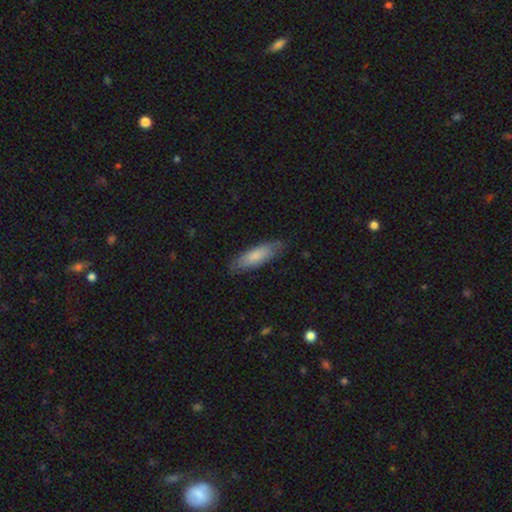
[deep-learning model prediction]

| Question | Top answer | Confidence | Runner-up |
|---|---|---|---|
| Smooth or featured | smooth | 74% | featured or disk (20%) |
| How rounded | in between | 51% | cigar-shaped (47%) |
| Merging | none | 80% | minor disturbance (16%) |